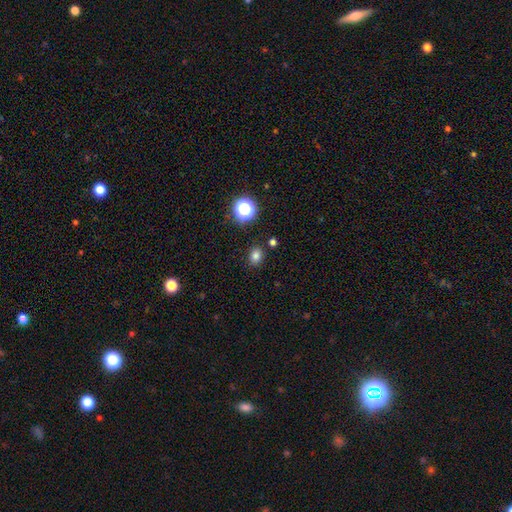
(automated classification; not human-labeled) This appears to be a smooth galaxy with no disk features (78%) that is round (56%). Merging: none (85%).